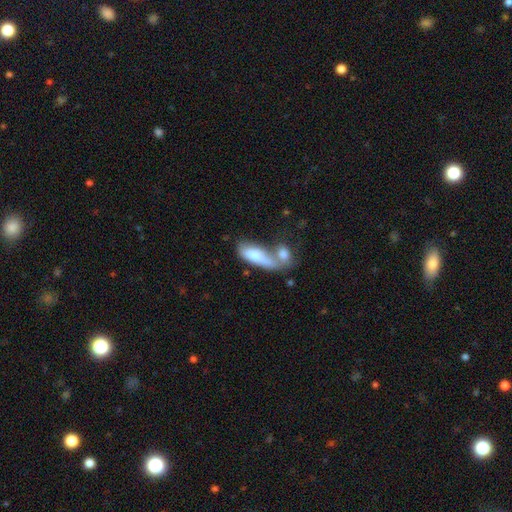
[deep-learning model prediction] smooth-or-featured: smooth: 73% | featured or disk: 21% | star or artifact: 6%
  how-rounded: in between: 66% | cigar-shaped: 30% | round: 4%
  merging: merger: 53% | none: 24% | minor disturbance: 13% | major disturbance: 10%